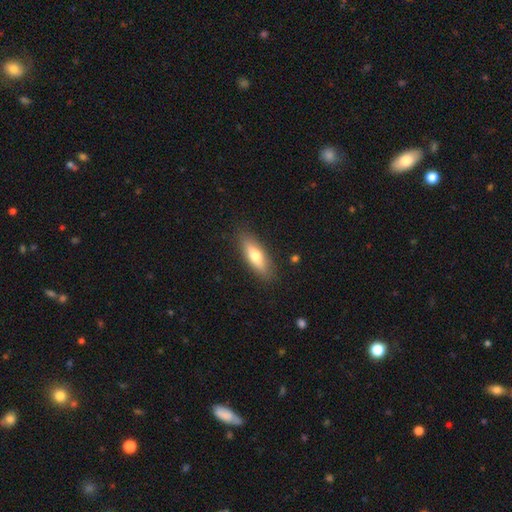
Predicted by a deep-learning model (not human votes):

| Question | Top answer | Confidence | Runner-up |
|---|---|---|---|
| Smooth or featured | smooth | 67% | featured or disk (27%) |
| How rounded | in between | 51% | cigar-shaped (46%) |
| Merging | none | 87% | minor disturbance (10%) |